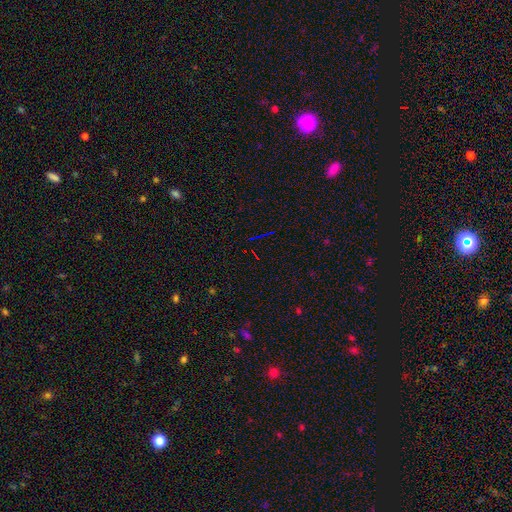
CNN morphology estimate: A star or artifact, not a galaxy (75%).

Vote fractions:
- Smooth or featured? star or artifact: 75% / smooth: 13% / featured or disk: 12%